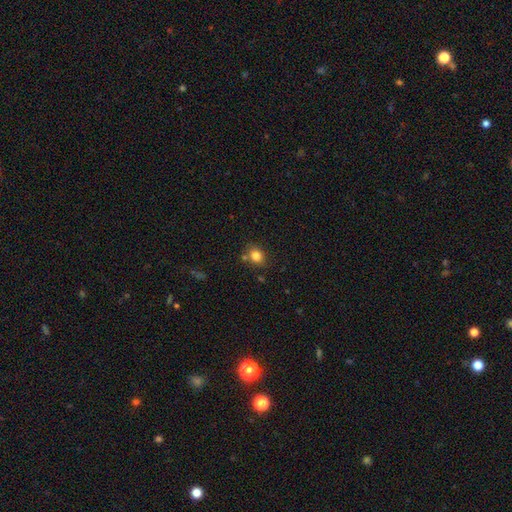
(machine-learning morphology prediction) This appears to be a smooth galaxy with no disk features (81%) that is round (58%). Merging: none (74%).